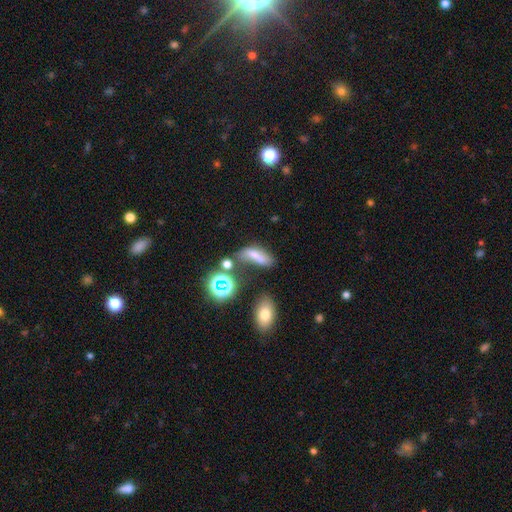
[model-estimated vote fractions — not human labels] A smooth galaxy with no disk features (59%) that is in between round and cigar-shaped (64%).

Vote fractions:
- Smooth or featured? smooth: 59% / featured or disk: 21% / star or artifact: 21%
- How rounded? in between: 64% / cigar-shaped: 27% / round: 9%
- Merging? none: 36% / merger: 25% / minor disturbance: 21% / major disturbance: 18%